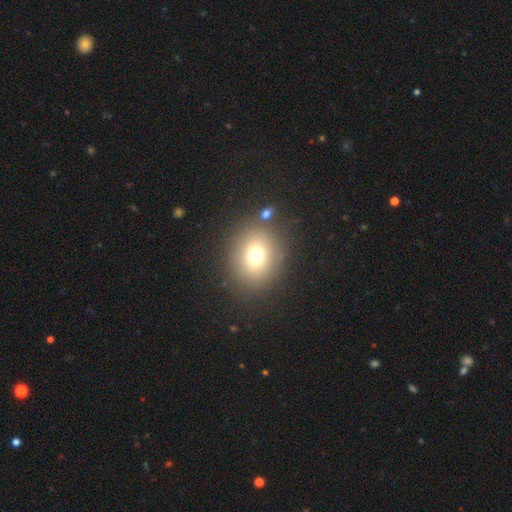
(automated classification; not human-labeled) Q: Smooth or featured?
A: smooth (72%); runner-up: star or artifact (16%)
Q: How rounded?
A: round (73%); runner-up: in between (26%)
Q: Merging?
A: none (81%); runner-up: minor disturbance (9%)